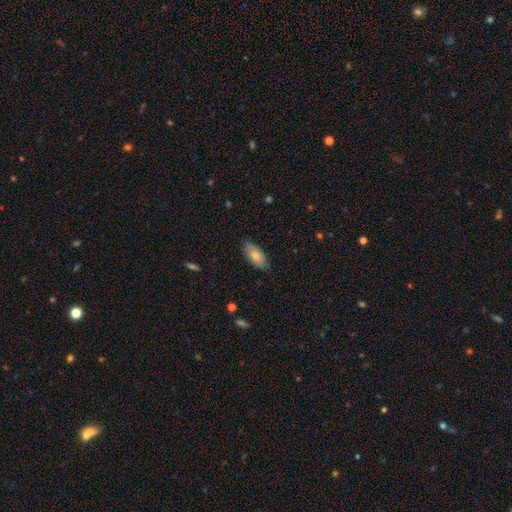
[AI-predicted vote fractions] A smooth galaxy with no disk features (74%) that is in between round and cigar-shaped (89%).

Vote fractions:
- Smooth or featured? smooth: 74% / featured or disk: 20% / star or artifact: 6%
- How rounded? in between: 89% / cigar-shaped: 9% / round: 3%
- Merging? none: 82% / minor disturbance: 14% / major disturbance: 2% / merger: 1%